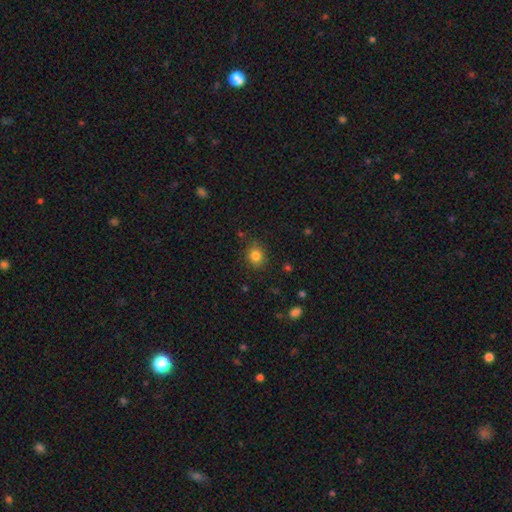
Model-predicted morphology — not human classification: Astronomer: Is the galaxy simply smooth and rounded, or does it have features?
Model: smooth — 82%.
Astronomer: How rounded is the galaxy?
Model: round — 75%.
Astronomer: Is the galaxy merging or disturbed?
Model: none — 85%.